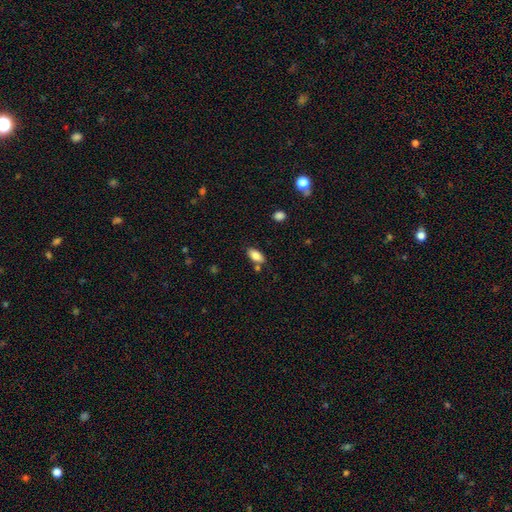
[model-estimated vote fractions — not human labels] Smooth or featured: smooth — 83% (featured or disk — 9%)
How rounded: in between — 91% (cigar-shaped — 6%)
Merging: none — 76% (minor disturbance — 13%)